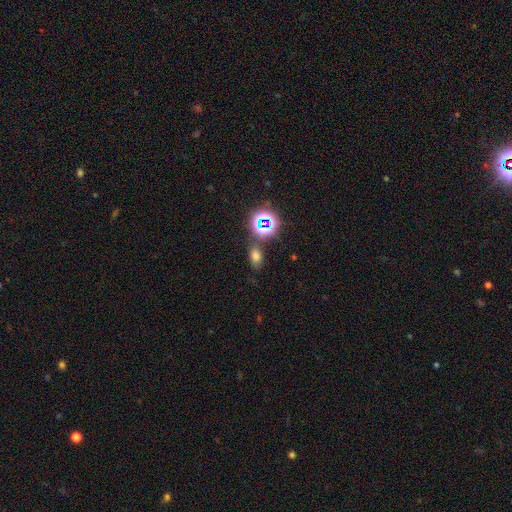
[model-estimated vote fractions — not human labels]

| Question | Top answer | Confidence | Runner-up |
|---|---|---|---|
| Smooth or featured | smooth | 65% | star or artifact (28%) |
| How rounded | in between | 80% | round (17%) |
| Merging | none | 75% | minor disturbance (13%) |